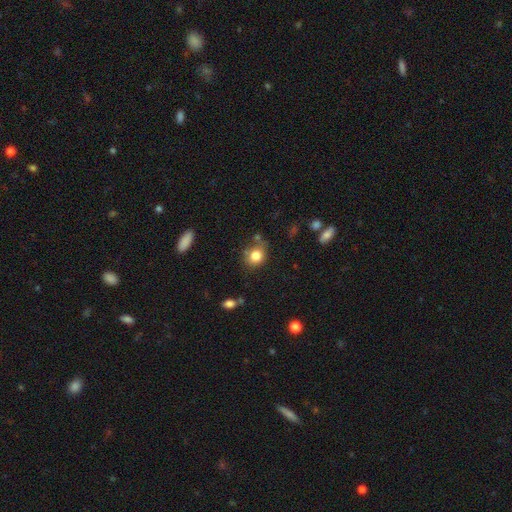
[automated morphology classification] Smooth or featured: smooth — 81% (star or artifact — 11%)
How rounded: round — 67% (in between — 32%)
Merging: none — 69% (minor disturbance — 18%)